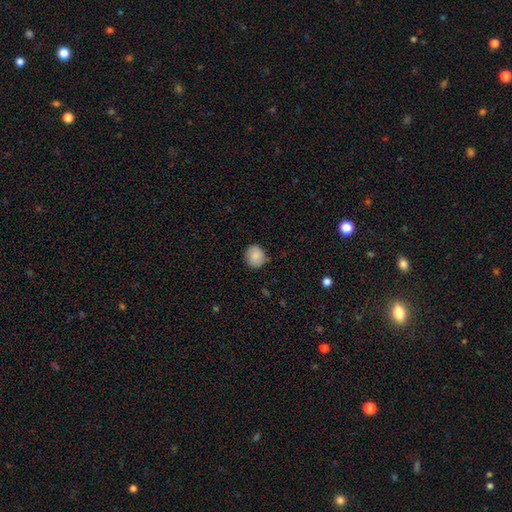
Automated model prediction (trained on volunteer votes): A smooth galaxy with no disk features (87%) that is round (81%).

Vote fractions:
- Smooth or featured? smooth: 87% / star or artifact: 8% / featured or disk: 5%
- How rounded? round: 81% / in between: 18% / cigar-shaped: 1%
- Merging? none: 81% / minor disturbance: 15% / major disturbance: 3% / merger: 1%